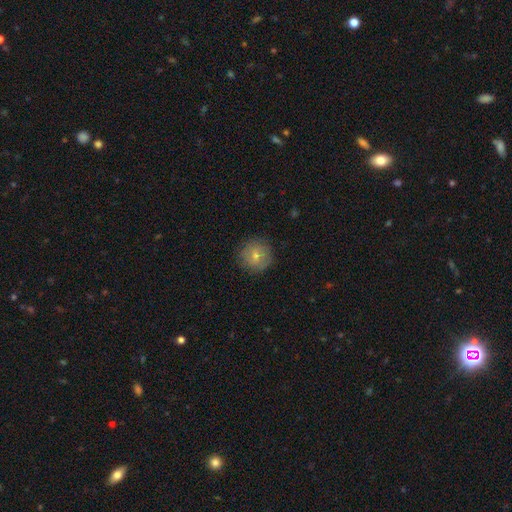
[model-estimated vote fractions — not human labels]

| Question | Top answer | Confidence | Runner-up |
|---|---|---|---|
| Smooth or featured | smooth | 60% | featured or disk (28%) |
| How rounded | round | 94% | in between (5%) |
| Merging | none | 87% | minor disturbance (9%) |